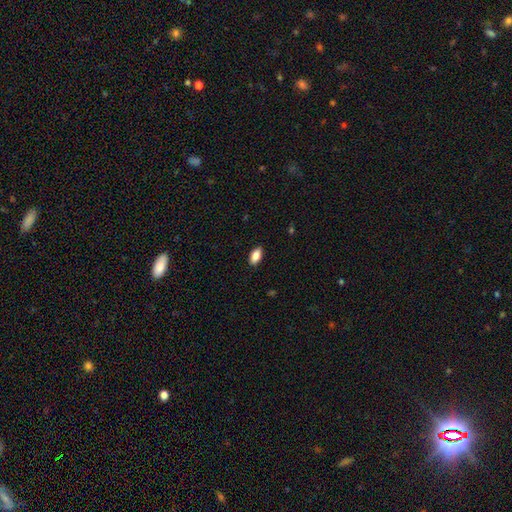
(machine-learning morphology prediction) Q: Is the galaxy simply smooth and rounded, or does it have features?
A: smooth — 84%.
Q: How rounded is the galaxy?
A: in between — 90%.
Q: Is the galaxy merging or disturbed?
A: none — 88%.